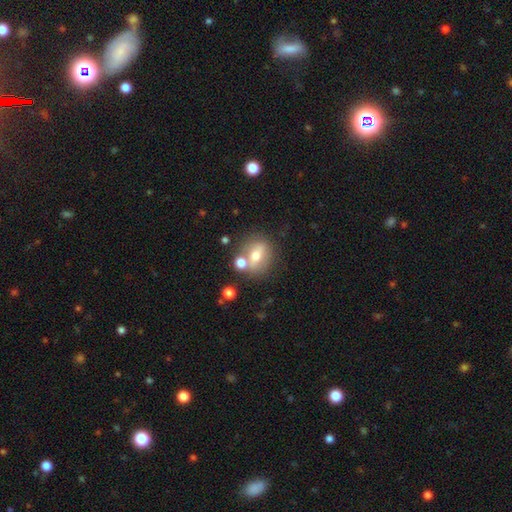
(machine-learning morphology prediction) Smooth or featured: smooth — 57% (featured or disk — 31%)
How rounded: in between — 49% (round — 47%)
Merging: none — 64% (merger — 18%)